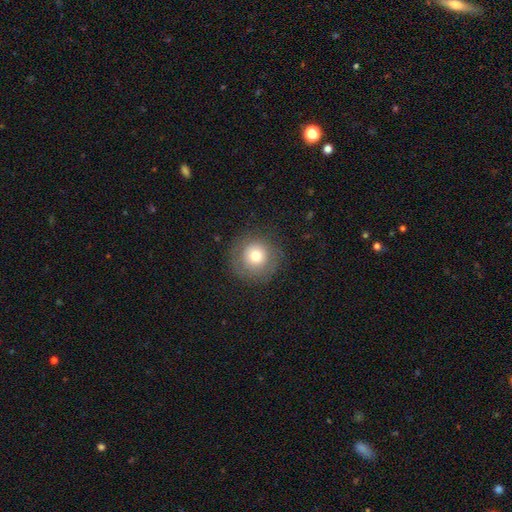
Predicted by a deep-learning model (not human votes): Smooth or featured? smooth (69%)
How rounded? round (95%)
Merging? none (82%)